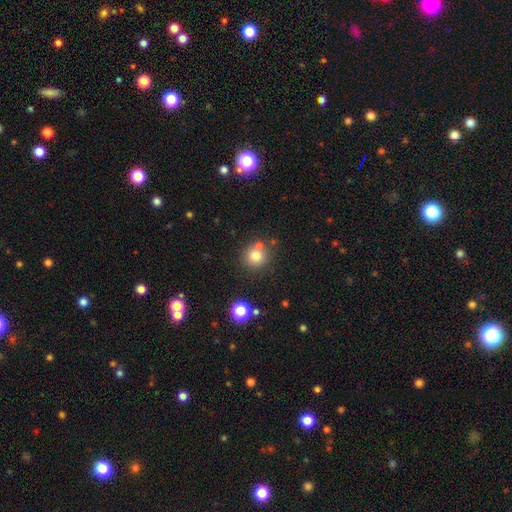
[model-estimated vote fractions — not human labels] This appears to be a smooth galaxy with no disk features (77%) that is round (92%). Merging: none (72%).